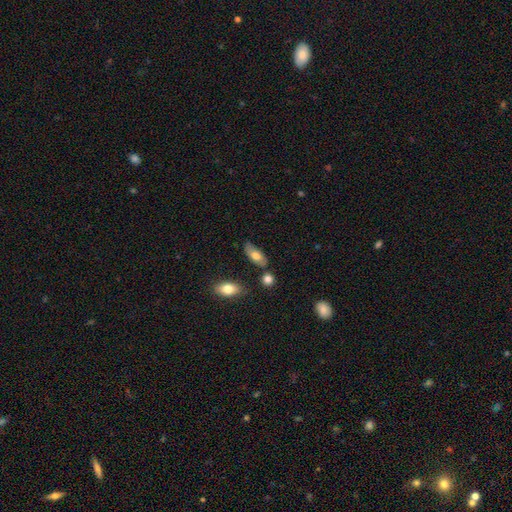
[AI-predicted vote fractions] A smooth galaxy with no disk features (69%) that is in between round and cigar-shaped (87%).

Vote fractions:
- Smooth or featured? smooth: 69% / featured or disk: 24% / star or artifact: 7%
- How rounded? in between: 87% / cigar-shaped: 10% / round: 3%
- Merging? none: 74% / minor disturbance: 16% / merger: 7% / major disturbance: 4%